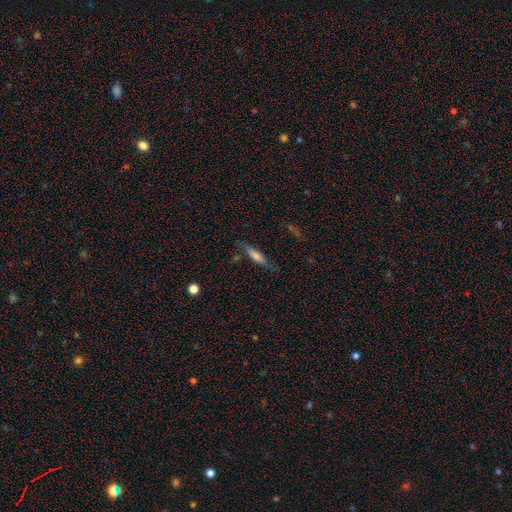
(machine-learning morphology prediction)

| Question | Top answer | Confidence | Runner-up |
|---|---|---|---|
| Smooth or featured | smooth | 63% | featured or disk (29%) |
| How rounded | cigar-shaped | 76% | in between (22%) |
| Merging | none | 73% | minor disturbance (18%) |